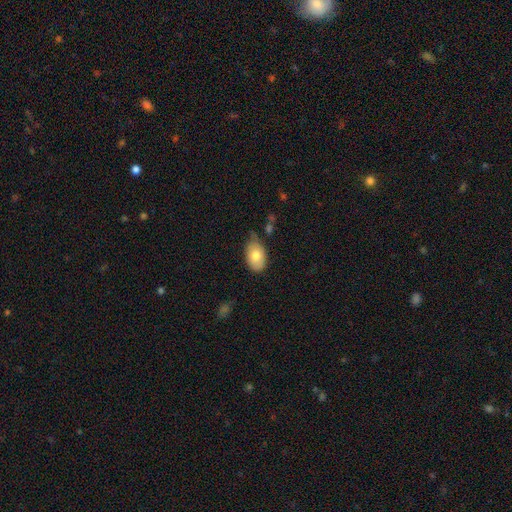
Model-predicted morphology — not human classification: Q: Smooth or featured?
A: smooth (76%); runner-up: featured or disk (17%)
Q: How rounded?
A: in between (88%); runner-up: round (11%)
Q: Merging?
A: none (56%); runner-up: minor disturbance (33%)